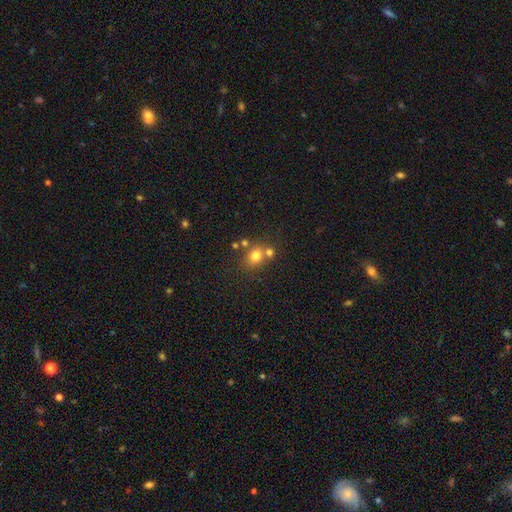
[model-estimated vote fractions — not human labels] This appears to be a smooth galaxy with no disk features (76%) that is round (68%). Merging: none (56%).